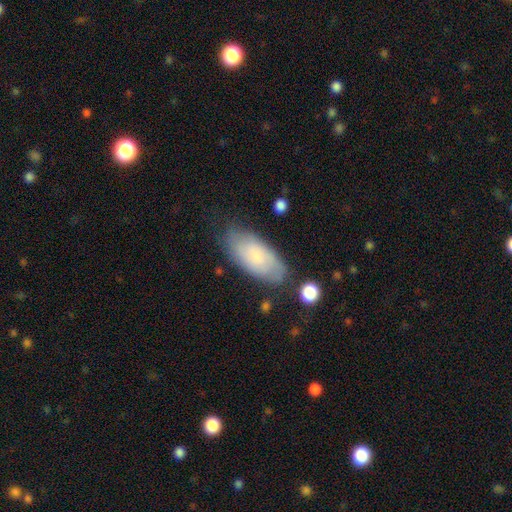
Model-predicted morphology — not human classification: The model was most divided on "smooth or featured": smooth: 65%, featured or disk: 28%, star or artifact: 7%. More confident: how rounded — in between (89%); merging — none (71%).